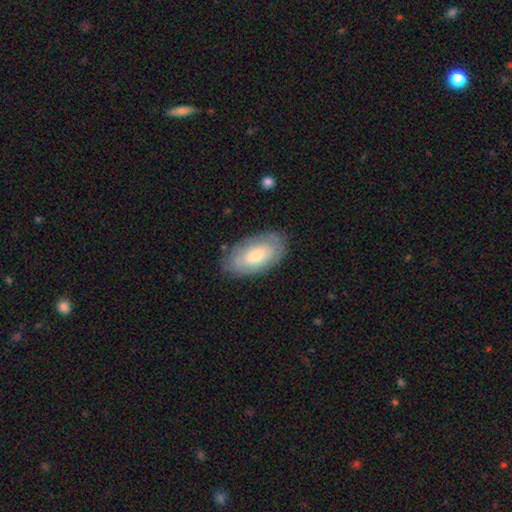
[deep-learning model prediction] smooth-or-featured: smooth: 59% | featured or disk: 35% | star or artifact: 6%
  how-rounded: in between: 94% | round: 3% | cigar-shaped: 2%
  merging: none: 79% | minor disturbance: 15% | major disturbance: 4% | merger: 1%